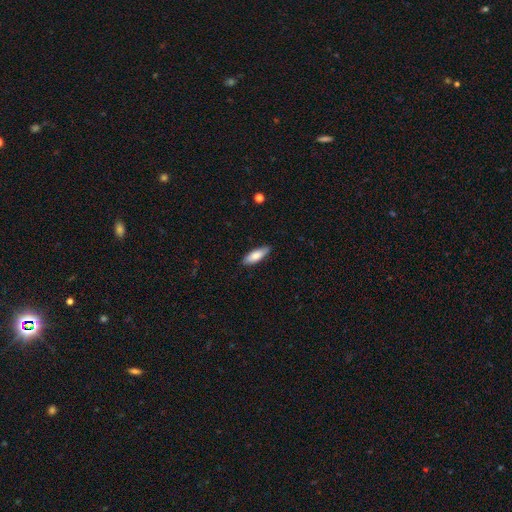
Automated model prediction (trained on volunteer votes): smooth-or-featured: smooth: 80% | featured or disk: 14% | star or artifact: 6%
  how-rounded: in between: 58% | cigar-shaped: 40% | round: 2%
  merging: none: 84% | minor disturbance: 12% | major disturbance: 2% | merger: 1%